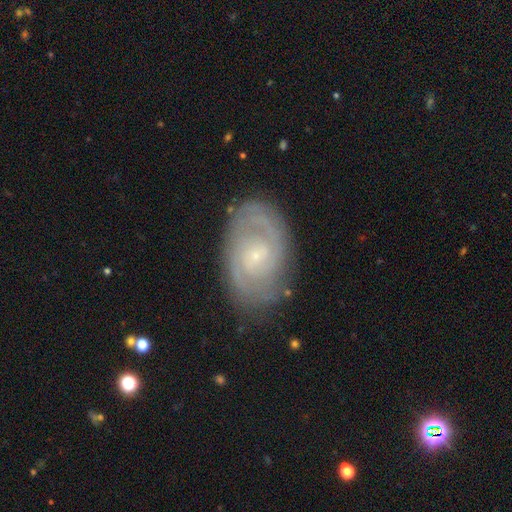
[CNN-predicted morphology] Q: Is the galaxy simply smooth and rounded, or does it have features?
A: featured or disk — 82%.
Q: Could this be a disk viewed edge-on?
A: no — 97%.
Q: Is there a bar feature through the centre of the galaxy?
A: no — 60%.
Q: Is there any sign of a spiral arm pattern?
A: yes — 93%.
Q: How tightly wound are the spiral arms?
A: tight — 60%.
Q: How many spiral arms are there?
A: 2 — 57%.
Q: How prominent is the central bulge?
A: small — 81%.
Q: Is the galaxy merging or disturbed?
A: none — 79%.